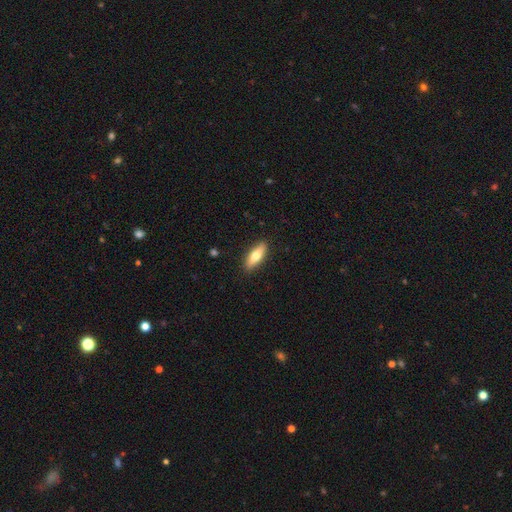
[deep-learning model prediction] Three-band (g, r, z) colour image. It shows a smooth galaxy with no disk features (69%) that is in between round and cigar-shaped (57%). Merging: none (88%).